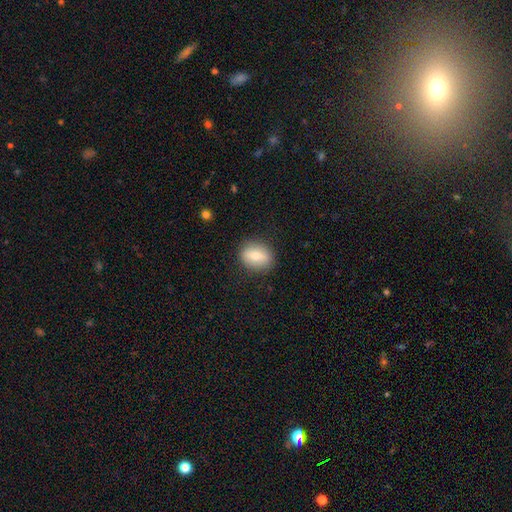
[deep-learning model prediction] Smooth or featured?
  - smooth: 69% *
  - featured or disk: 23%
  - star or artifact: 8%
How rounded?
  - in between: 55% *
  - round: 42%
  - cigar-shaped: 3%
Merging?
  - none: 86% *
  - minor disturbance: 10%
  - major disturbance: 3%
  - merger: 1%